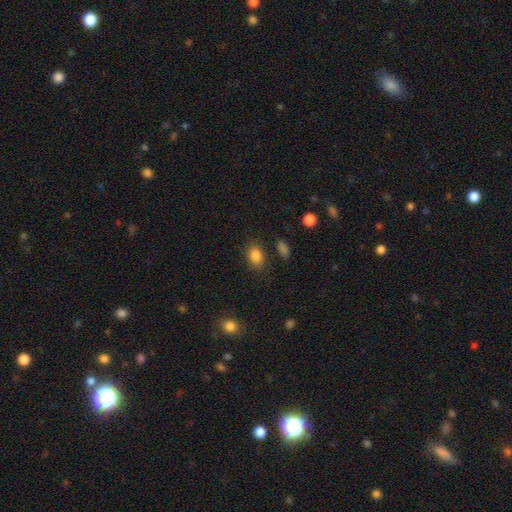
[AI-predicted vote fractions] smooth_or_featured: smooth (p=0.85) [alt: star or artifact p=0.10]
how_rounded: in between (p=0.78) [alt: round p=0.21]
merging: none (p=0.81) [alt: minor disturbance p=0.12]